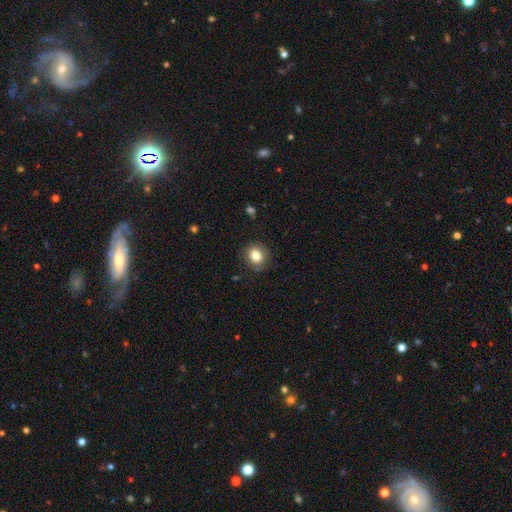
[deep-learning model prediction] smooth 82%, star or artifact 10%, featured or disk 8%. Down the decision tree: how rounded — round (71%); merging — none (86%).